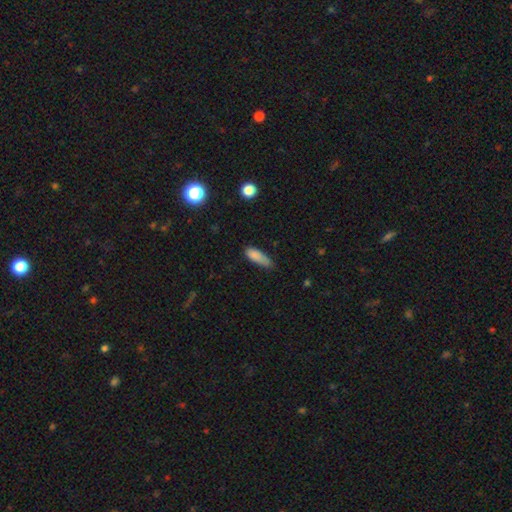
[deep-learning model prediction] Smooth or featured? Predicted: smooth (p=0.84). How rounded? Predicted: in between (p=0.57). Merging? Predicted: none (p=0.48).